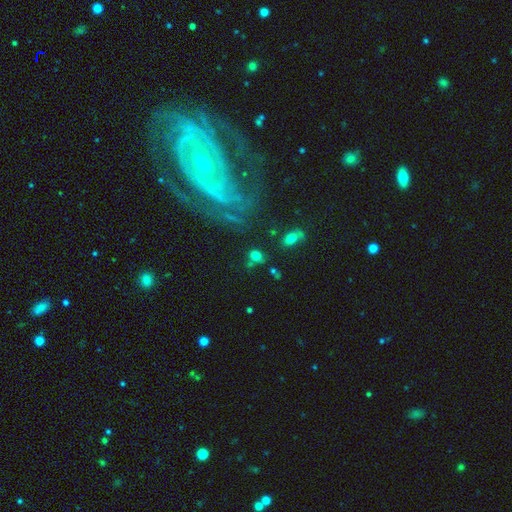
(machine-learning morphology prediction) Smooth or featured?
  - smooth: 71% *
  - star or artifact: 17%
  - featured or disk: 12%
How rounded?
  - round: 51% *
  - in between: 46%
  - cigar-shaped: 3%
Merging?
  - none: 66% *
  - minor disturbance: 15%
  - merger: 12%
  - major disturbance: 7%